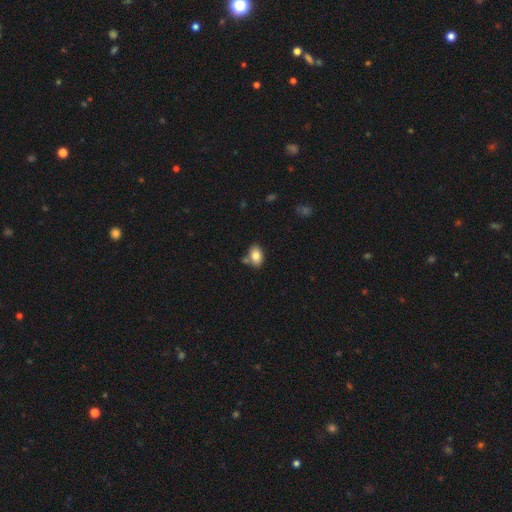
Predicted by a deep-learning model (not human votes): Smooth or featured? smooth (82%)
How rounded? in between (84%)
Merging? none (70%)